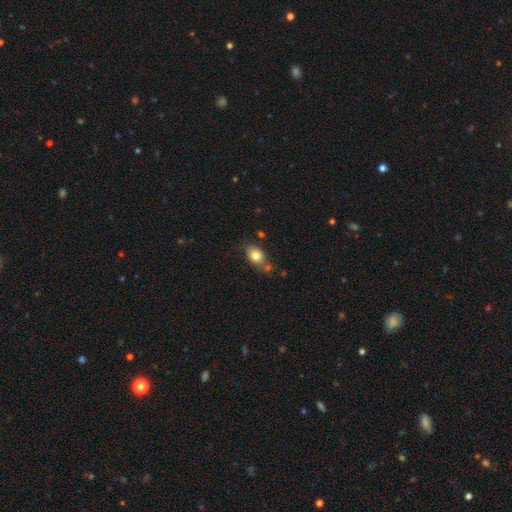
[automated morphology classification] A smooth galaxy with no disk features (79%) that is in between round and cigar-shaped (69%).

Vote fractions:
- Smooth or featured? smooth: 79% / featured or disk: 12% / star or artifact: 9%
- How rounded? in between: 69% / round: 30% / cigar-shaped: 2%
- Merging? none: 59% / minor disturbance: 18% / merger: 18% / major disturbance: 5%